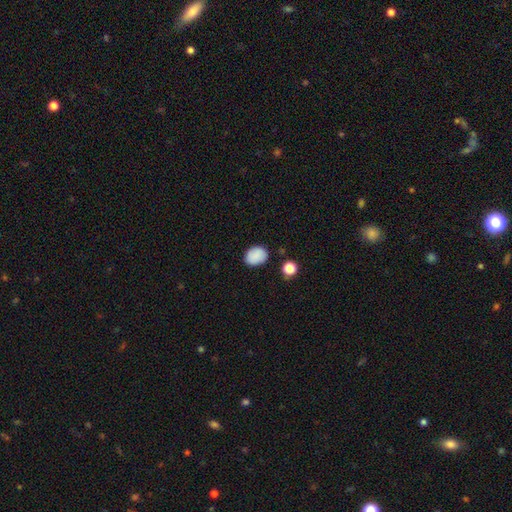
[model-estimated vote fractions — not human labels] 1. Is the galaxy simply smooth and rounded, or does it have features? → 87% smooth, 9% star or artifact, 4% featured or disk.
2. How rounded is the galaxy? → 68% in between, 31% round, 1% cigar-shaped.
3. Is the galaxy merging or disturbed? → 82% none, 13% minor disturbance, 3% major disturbance, 2% merger.